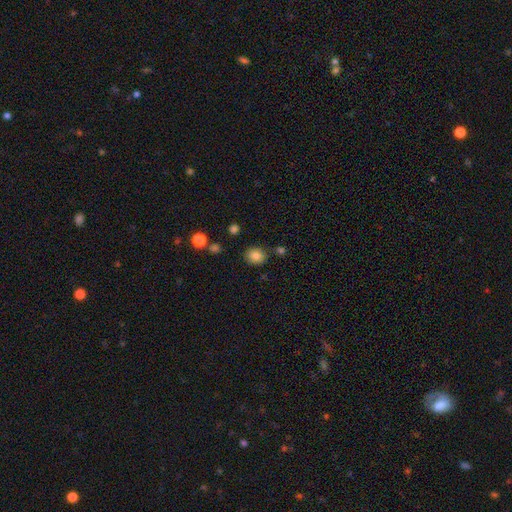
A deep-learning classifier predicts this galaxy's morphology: This is clearly a smooth galaxy (83%). How rounded: likely round (70%). Merging: clearly none (82%).